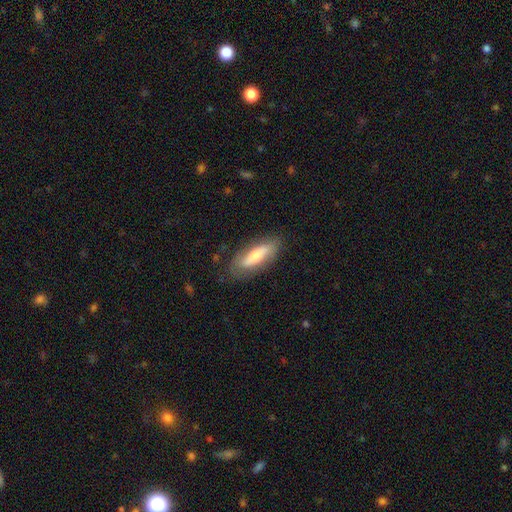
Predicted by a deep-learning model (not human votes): A smooth galaxy with no disk features (55%) that is in between round and cigar-shaped (54%).

Vote fractions:
- Smooth or featured? smooth: 55% / featured or disk: 38% / star or artifact: 7%
- How rounded? in between: 54% / cigar-shaped: 44% / round: 2%
- Merging? none: 79% / minor disturbance: 15% / major disturbance: 4% / merger: 1%